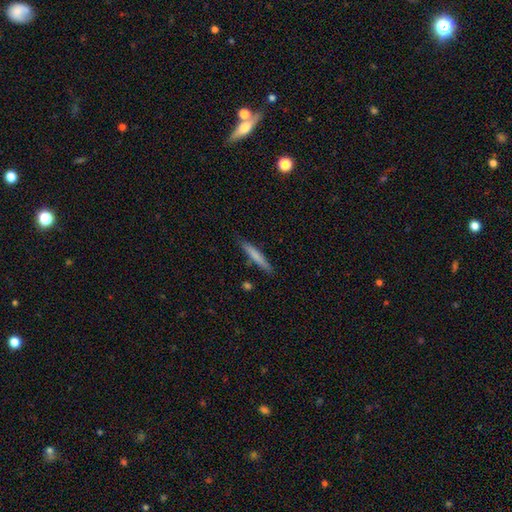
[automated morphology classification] smooth 69%, featured or disk 25%, star or artifact 6%. Down the decision tree: how rounded — cigar-shaped (94%); merging — none (84%).